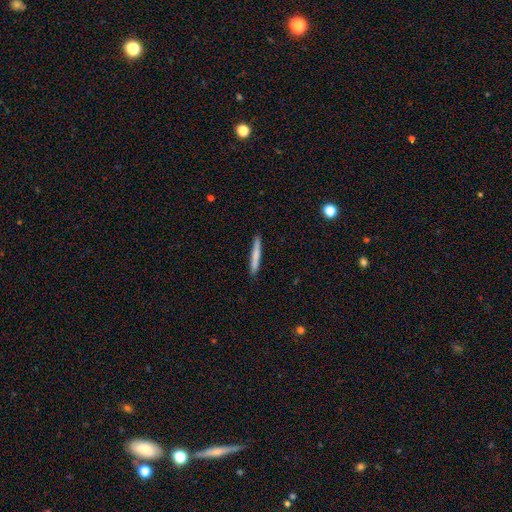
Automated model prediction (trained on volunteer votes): smooth-or-featured: smooth: 71% | featured or disk: 23% | star or artifact: 6%
  how-rounded: cigar-shaped: 96% | in between: 3% | round: 1%
  merging: none: 90% | minor disturbance: 8% | major disturbance: 1% | merger: 1%